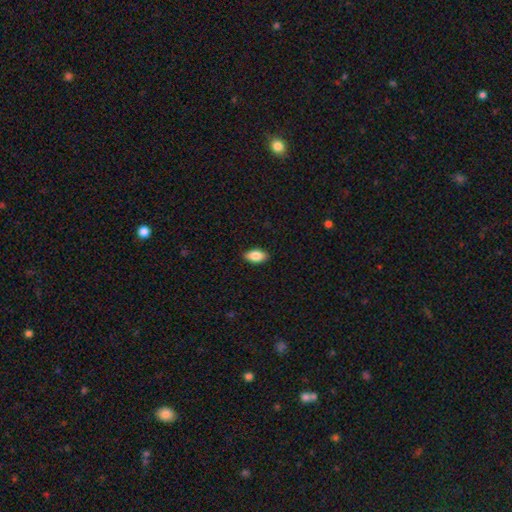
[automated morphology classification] A smooth galaxy with no disk features (85%) that is in between round and cigar-shaped (92%).

Vote fractions:
- Smooth or featured? smooth: 85% / featured or disk: 8% / star or artifact: 7%
- How rounded? in between: 92% / round: 5% / cigar-shaped: 4%
- Merging? none: 89% / minor disturbance: 8% / major disturbance: 2% / merger: 1%